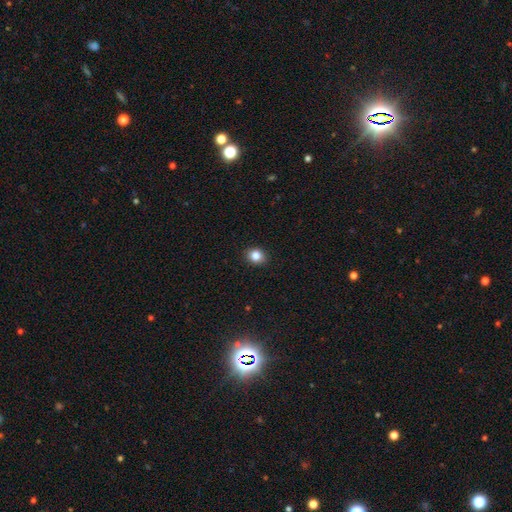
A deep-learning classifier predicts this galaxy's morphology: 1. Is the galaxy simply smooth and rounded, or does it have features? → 83% smooth, 11% star or artifact, 6% featured or disk.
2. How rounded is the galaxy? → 65% round, 34% in between, 1% cigar-shaped.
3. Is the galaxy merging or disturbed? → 91% none, 6% minor disturbance, 2% major disturbance, 1% merger.